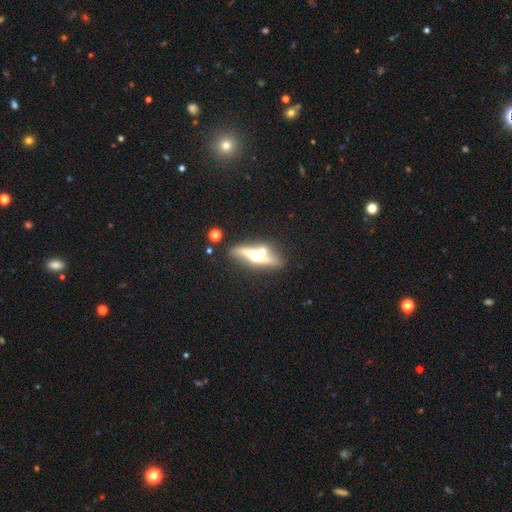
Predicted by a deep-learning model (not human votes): A featured or disk galaxy (67%) viewed edge-on (80%) with a rounded central bulge (95%). Merging: none (66%).